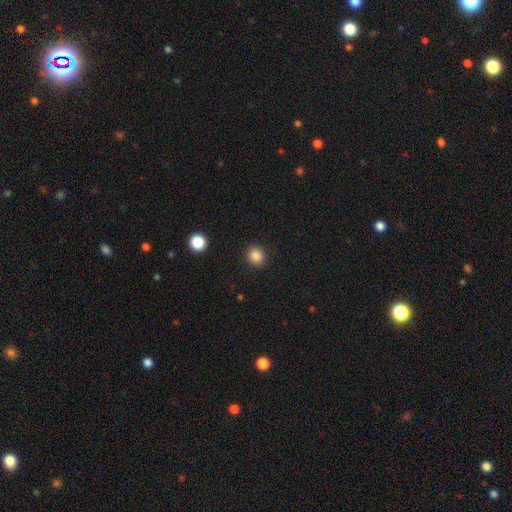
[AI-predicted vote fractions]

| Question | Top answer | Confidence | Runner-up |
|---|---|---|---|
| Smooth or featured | smooth | 86% | star or artifact (11%) |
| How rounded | round | 83% | in between (16%) |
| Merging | none | 91% | minor disturbance (6%) |